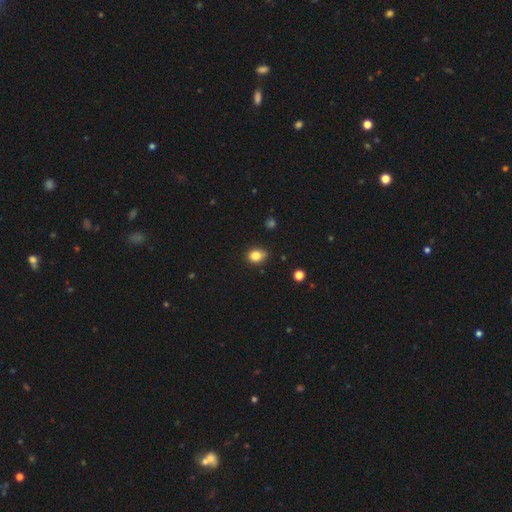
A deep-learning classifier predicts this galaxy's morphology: smooth_or_featured: smooth (p=0.83) [alt: star or artifact p=0.11]
how_rounded: in between (p=0.50) [alt: round p=0.49]
merging: none (p=0.78) [alt: minor disturbance p=0.18]